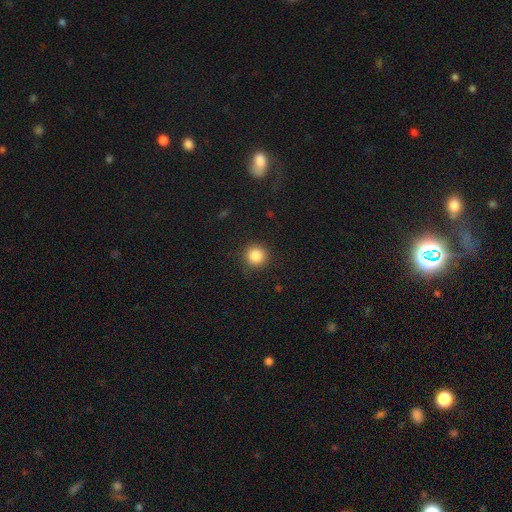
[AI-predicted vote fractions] smooth_or_featured: smooth (p=0.84) [alt: star or artifact p=0.11]
how_rounded: round (p=0.94) [alt: in between p=0.05]
merging: none (p=0.90) [alt: minor disturbance p=0.07]